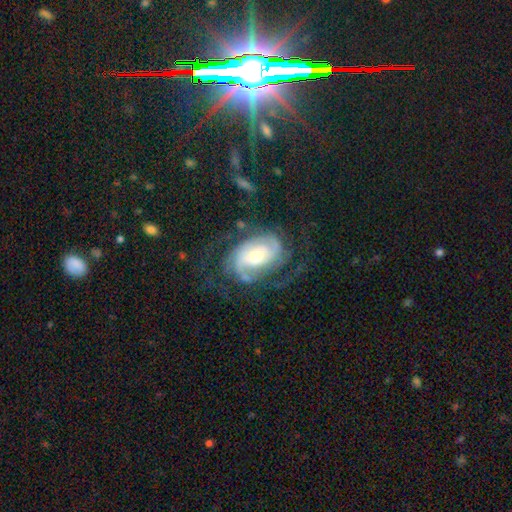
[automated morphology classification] This is clearly a featured or disk galaxy (85%). It is clearly not viewed edge-on (97%). Bar: possibly no (54%). Spiral arm pattern: clearly yes (95%). Spiral arm count: likely 2 (61%). Spiral winding: marginally tight (42%). Central bulge: marginally moderate (40%). Merging: possibly none (60%).